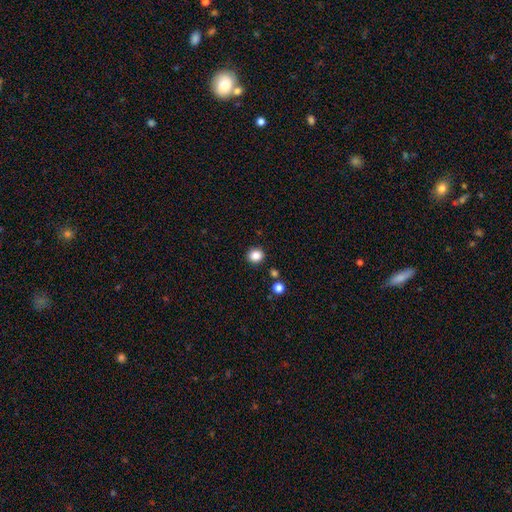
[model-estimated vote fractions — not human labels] A smooth galaxy with no disk features (86%) that is round (84%).

Vote fractions:
- Smooth or featured? smooth: 86% / star or artifact: 11% / featured or disk: 4%
- How rounded? round: 84% / in between: 15% / cigar-shaped: 1%
- Merging? none: 89% / minor disturbance: 6% / merger: 3% / major disturbance: 2%